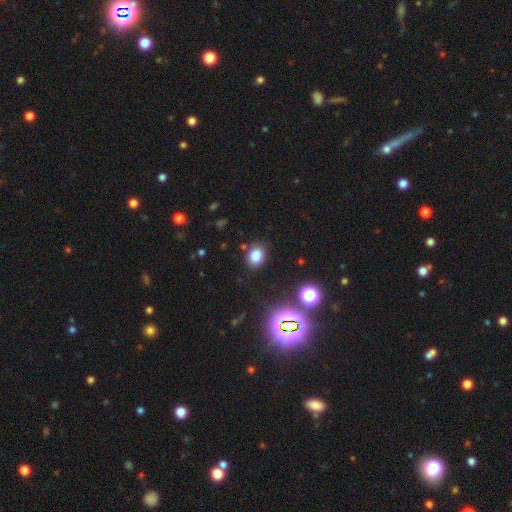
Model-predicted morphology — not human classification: A smooth galaxy with no disk features (80%) that is round (53%).

Vote fractions:
- Smooth or featured? smooth: 80% / star or artifact: 14% / featured or disk: 6%
- How rounded? round: 53% / in between: 46% / cigar-shaped: 1%
- Merging? none: 85% / minor disturbance: 10% / major disturbance: 3% / merger: 3%